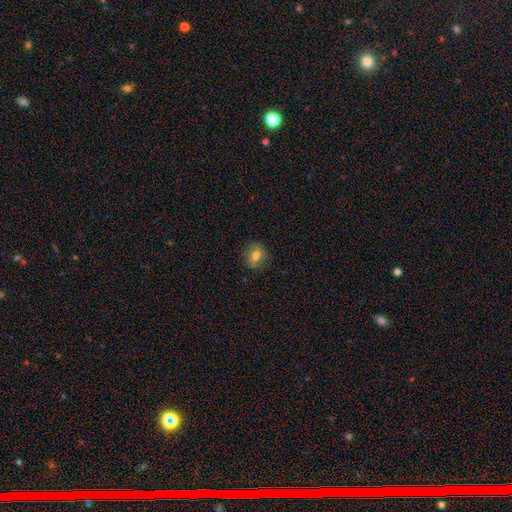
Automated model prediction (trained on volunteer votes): Q: Smooth or featured?
A: smooth (70%); runner-up: featured or disk (20%)
Q: How rounded?
A: round (58%); runner-up: in between (40%)
Q: Merging?
A: none (84%); runner-up: minor disturbance (12%)